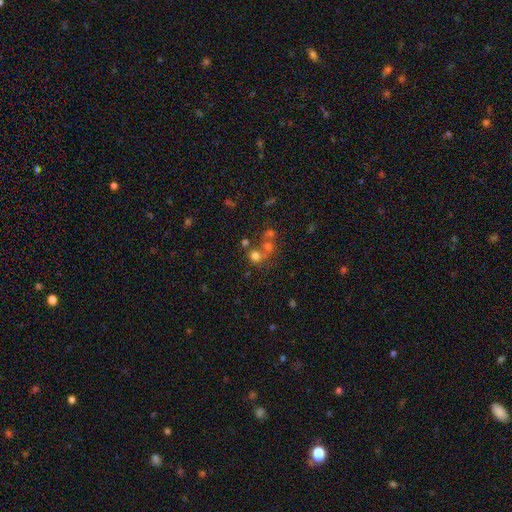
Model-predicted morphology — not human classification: type=smooth (65%); roundness=round (84%); merging=none (50%).